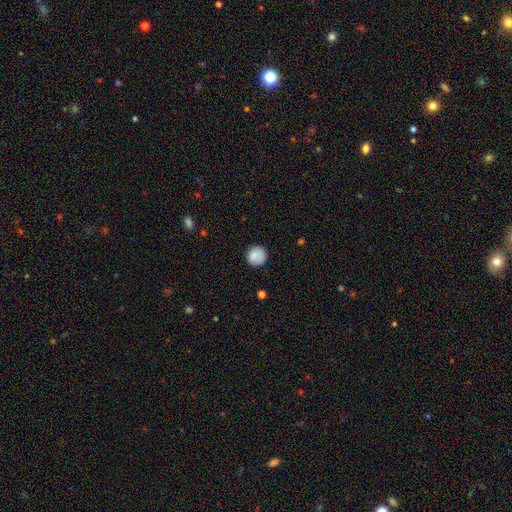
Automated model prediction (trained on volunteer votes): Smooth or featured? smooth (85%)
How rounded? round (92%)
Merging? none (83%)